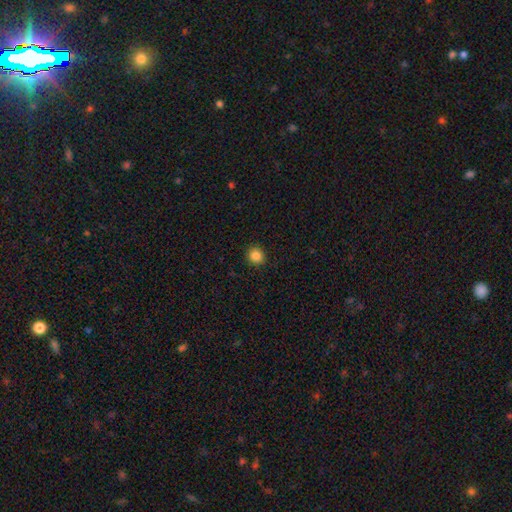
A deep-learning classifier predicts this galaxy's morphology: Smooth or featured?
  - smooth: 86% *
  - star or artifact: 11%
  - featured or disk: 3%
How rounded?
  - round: 90% *
  - in between: 9%
  - cigar-shaped: 1%
Merging?
  - none: 92% *
  - minor disturbance: 6%
  - major disturbance: 2%
  - merger: 1%